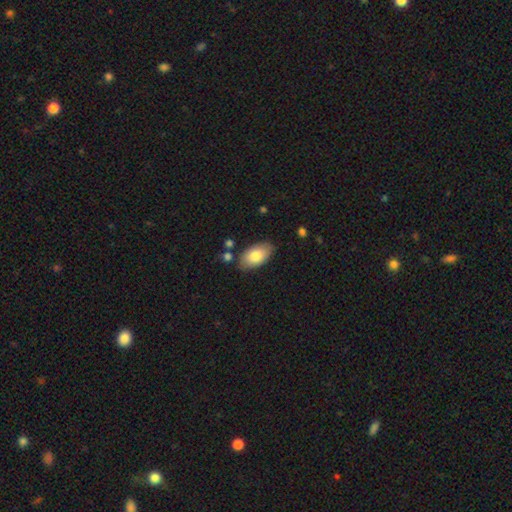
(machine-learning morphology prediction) Smooth or featured? Predicted: smooth (p=0.80). How rounded? Predicted: in between (p=0.94). Merging? Predicted: none (p=0.80).